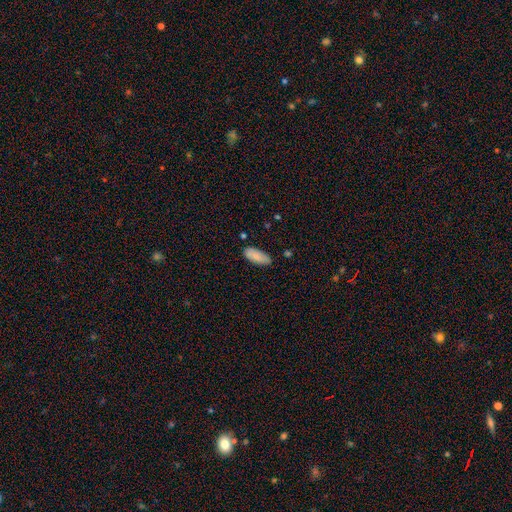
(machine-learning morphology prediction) This is clearly a smooth galaxy (87%). How rounded: clearly in between (85%). Merging: likely none (77%).